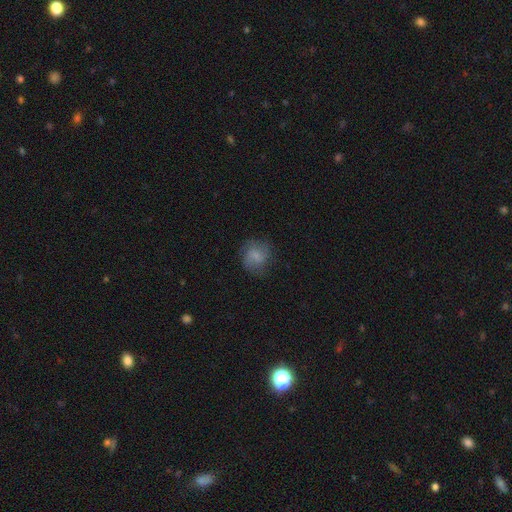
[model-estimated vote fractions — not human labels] The model was most divided on "smooth or featured": smooth: 59%, featured or disk: 32%, star or artifact: 9%. More confident: how rounded — round (77%); merging — none (69%).